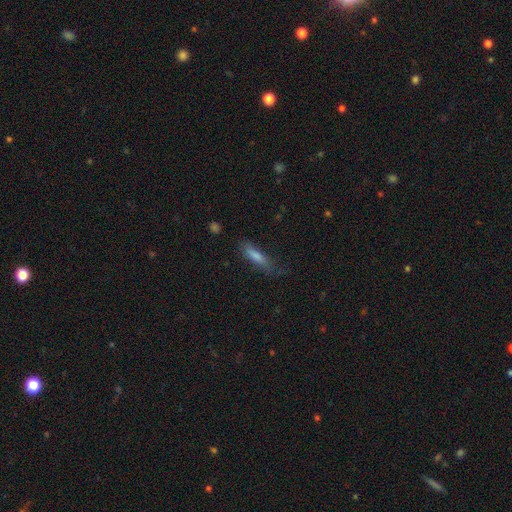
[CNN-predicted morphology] The model was most divided on "merging": none: 66%, minor disturbance: 24%, major disturbance: 9%, merger: 2%. More confident: how rounded — cigar-shaped (75%); smooth or featured — smooth (68%).